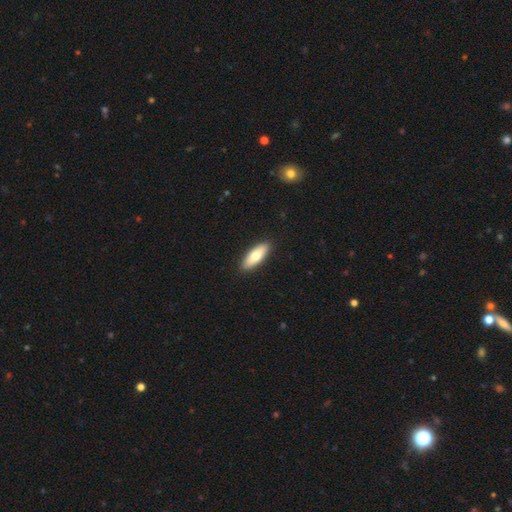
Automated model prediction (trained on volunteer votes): Overall: smooth (73%). How rounded: in between (67%; cigar-shaped 31%). Merging: none (90%).